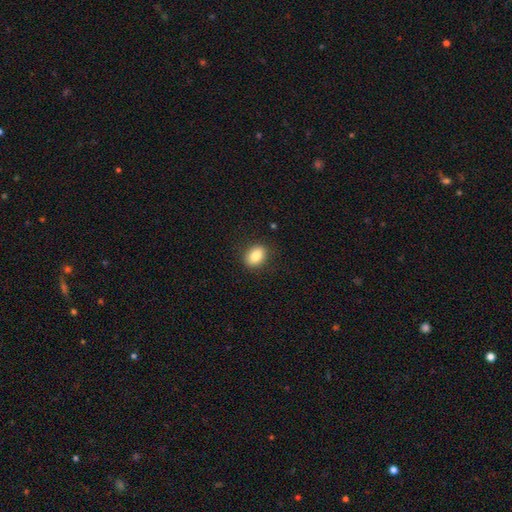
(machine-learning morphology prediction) Q: Smooth or featured?
A: smooth (84%); runner-up: star or artifact (8%)
Q: How rounded?
A: in between (73%); runner-up: round (25%)
Q: Merging?
A: none (87%); runner-up: minor disturbance (10%)